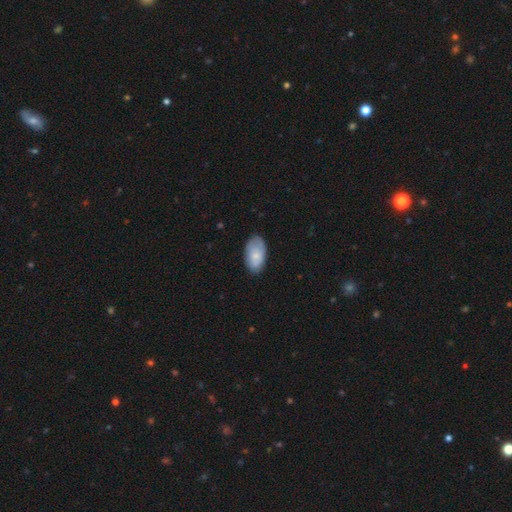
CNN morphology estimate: The model was most divided on "merging": none: 76%, minor disturbance: 19%, major disturbance: 3%, merger: 1%. More confident: how rounded — in between (95%); smooth or featured — smooth (76%).